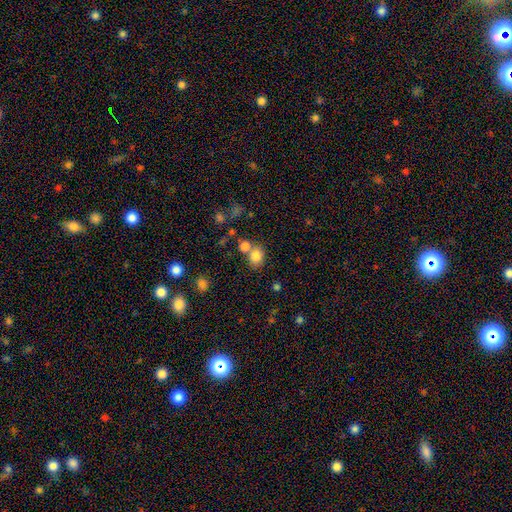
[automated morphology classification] A smooth galaxy with no disk features (81%) that is round (53%). Merging: none (57%).